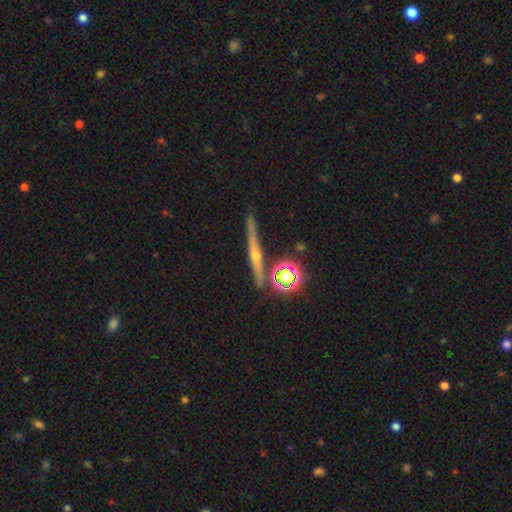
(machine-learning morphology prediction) A featured or disk galaxy (66%) viewed edge-on (95%) with a rounded central bulge (86%). Merging: none (87%).